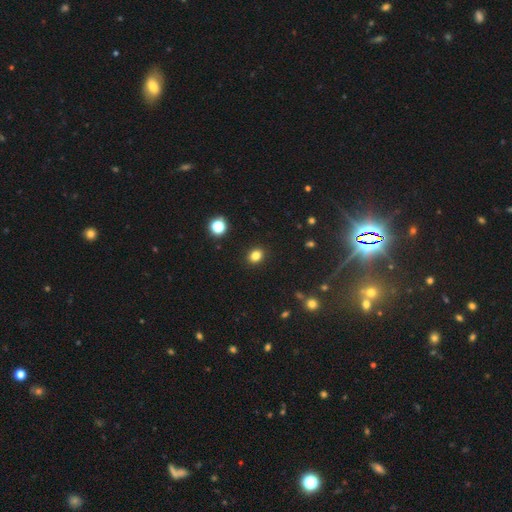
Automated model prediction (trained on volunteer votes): Smooth or featured?
  - smooth: 82% *
  - star or artifact: 13%
  - featured or disk: 5%
How rounded?
  - round: 59% *
  - in between: 40%
  - cigar-shaped: 1%
Merging?
  - none: 91% *
  - minor disturbance: 6%
  - major disturbance: 2%
  - merger: 1%